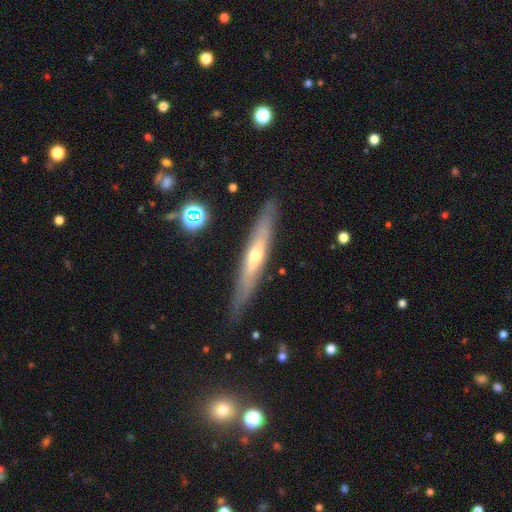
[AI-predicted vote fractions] Smooth or featured?
  - featured or disk: 64% *
  - smooth: 29%
  - star or artifact: 7%
Edge-on disk?
  - yes: 84% *
  - no: 16%
Edge-on bulge?
  - rounded: 74% *
  - none: 23%
  - boxy: 3%
Merging?
  - none: 86% *
  - minor disturbance: 11%
  - major disturbance: 2%
  - merger: 1%